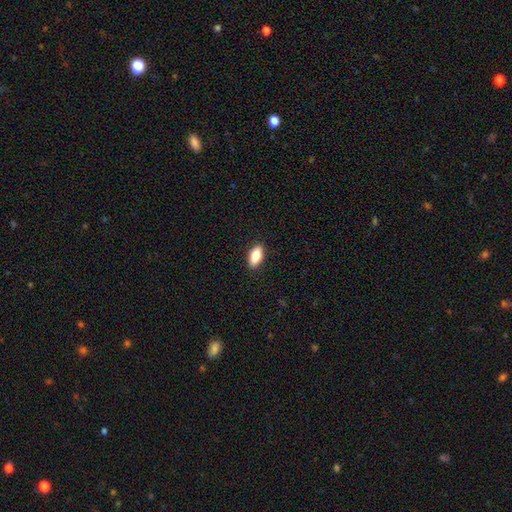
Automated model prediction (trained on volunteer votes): smooth 83%, featured or disk 10%, star or artifact 7%. Down the decision tree: how rounded — in between (88%); merging — none (90%).